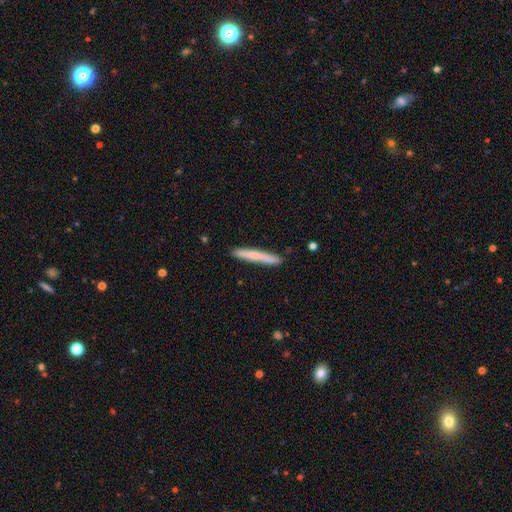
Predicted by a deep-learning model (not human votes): A smooth galaxy with no disk features (66%) that is cigar-shaped (96%). Merging: none (89%).